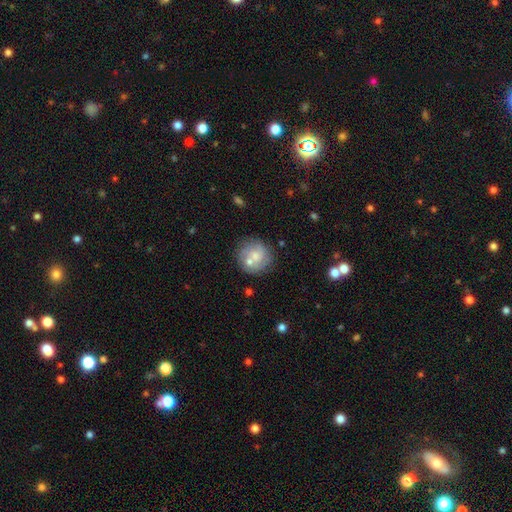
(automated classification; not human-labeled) Smooth or featured? Predicted: smooth (p=0.56). How rounded? Predicted: round (p=0.88). Merging? Predicted: none (p=0.60).